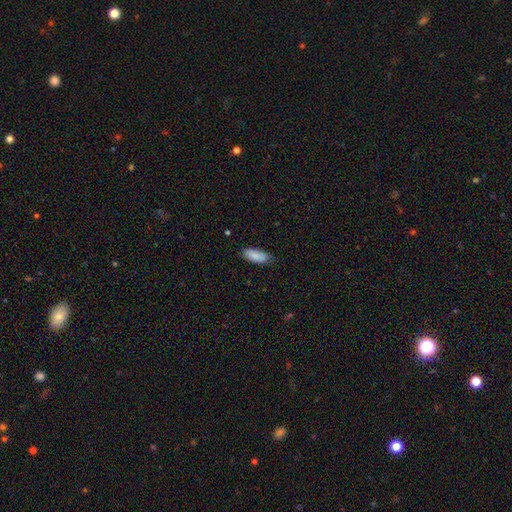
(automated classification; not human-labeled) Smooth or featured? Predicted: smooth (p=0.87). How rounded? Predicted: in between (p=0.80). Merging? Predicted: none (p=0.80).